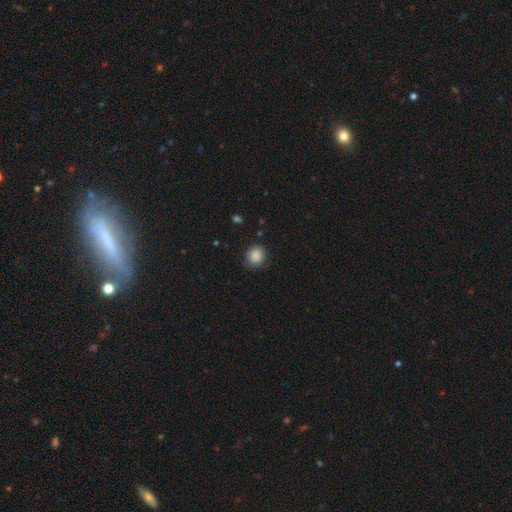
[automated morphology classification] smooth 87%, star or artifact 9%, featured or disk 4%. Down the decision tree: how rounded — round (79%); merging — none (84%).